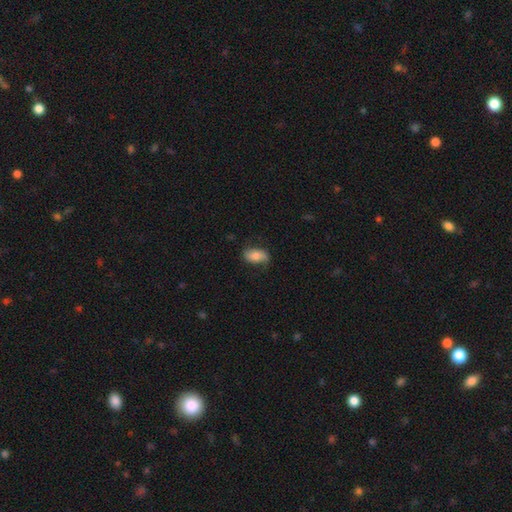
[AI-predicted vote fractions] smooth-or-featured: smooth: 65% | featured or disk: 28% | star or artifact: 7%
  how-rounded: in between: 91% | round: 6% | cigar-shaped: 3%
  merging: none: 70% | minor disturbance: 22% | major disturbance: 7% | merger: 1%